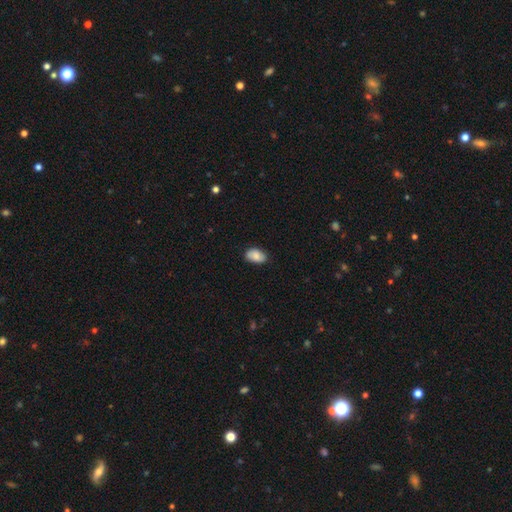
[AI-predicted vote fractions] Smooth or featured? smooth (84%)
How rounded? in between (90%)
Merging? none (77%)